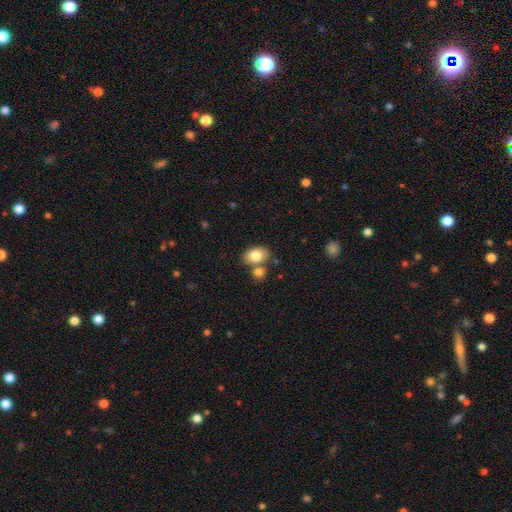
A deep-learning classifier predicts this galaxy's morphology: smooth-or-featured: smooth: 79% | featured or disk: 13% | star or artifact: 8%
  how-rounded: in between: 81% | round: 18% | cigar-shaped: 1%
  merging: none: 61% | merger: 25% | minor disturbance: 11% | major disturbance: 3%